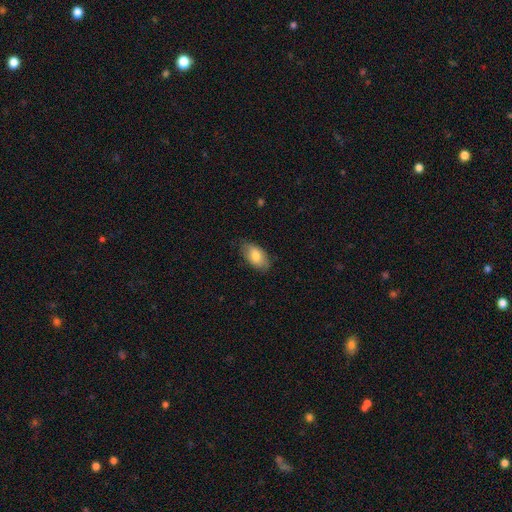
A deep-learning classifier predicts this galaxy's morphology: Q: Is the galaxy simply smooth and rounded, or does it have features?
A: smooth — 79%.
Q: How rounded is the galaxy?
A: in between — 93%.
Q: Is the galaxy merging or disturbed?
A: none — 80%.